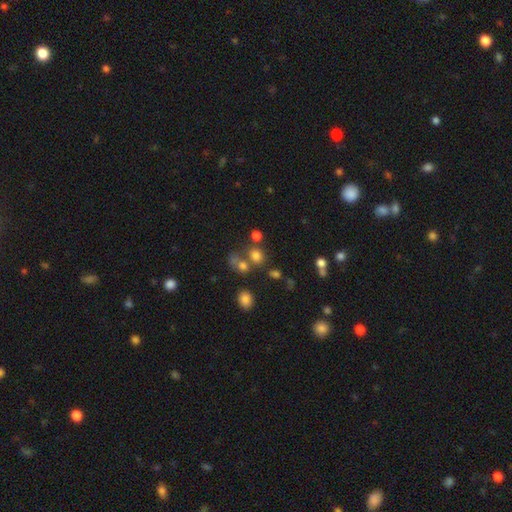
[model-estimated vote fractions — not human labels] This appears to be a smooth galaxy with no disk features (73%) that is round (71%). Merging: none (58%).